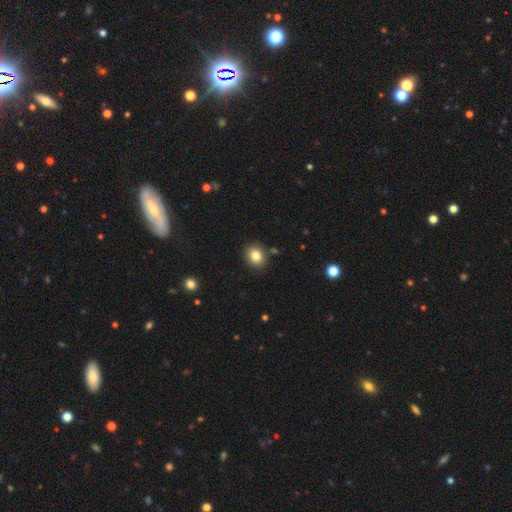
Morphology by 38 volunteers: Smooth or featured? smooth (87%)
How rounded? round (79%)
Merging? none (83%)